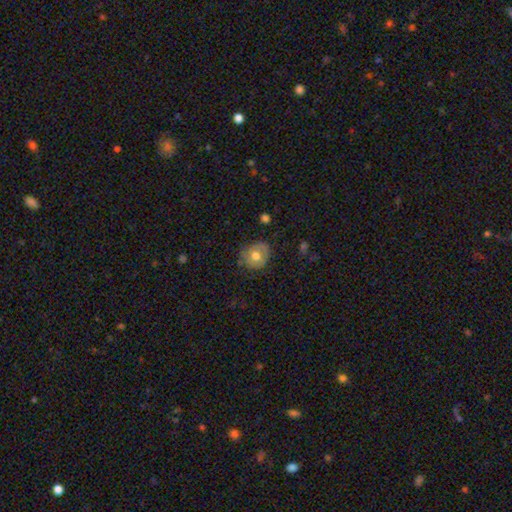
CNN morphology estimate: Smooth or featured? Predicted: smooth (p=0.67). How rounded? Predicted: round (p=0.77). Merging? Predicted: none (p=0.69).